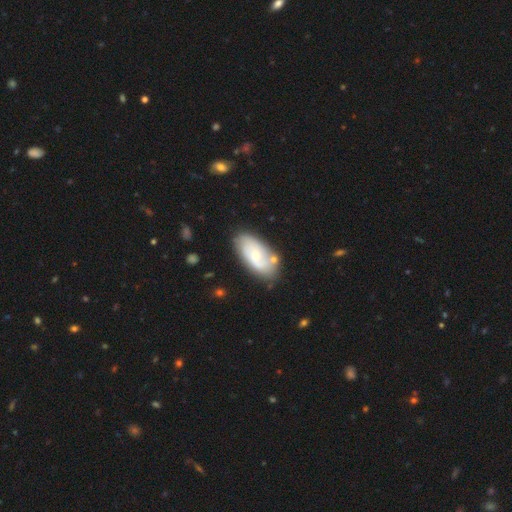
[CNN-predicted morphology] This appears to be a featured or disk galaxy (49%). Merging: none (70%).